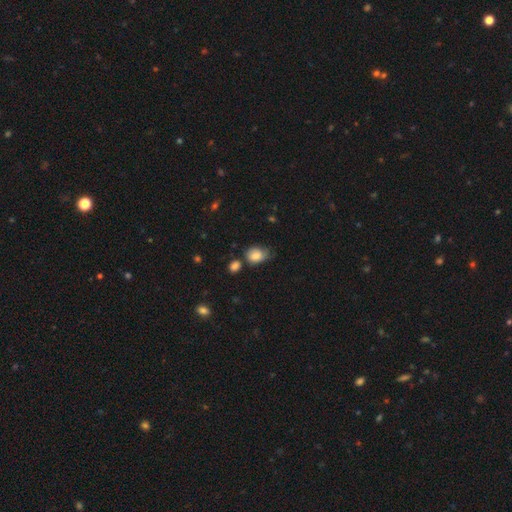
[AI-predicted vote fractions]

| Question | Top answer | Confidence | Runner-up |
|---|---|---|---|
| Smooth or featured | smooth | 81% | featured or disk (10%) |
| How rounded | in between | 68% | round (31%) |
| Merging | none | 42% | minor disturbance (39%) |